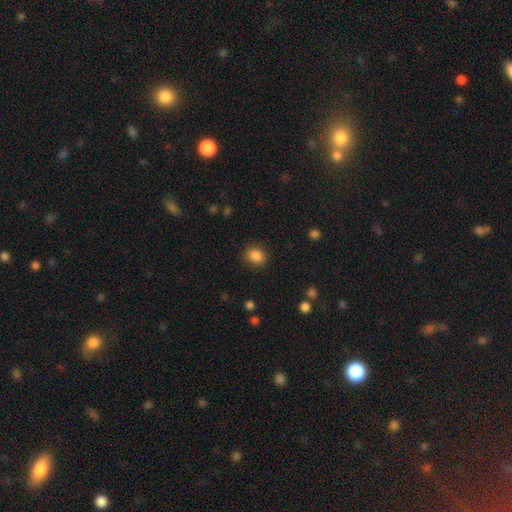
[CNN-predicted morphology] Smooth or featured? Predicted: smooth (p=0.86). How rounded? Predicted: round (p=0.53). Merging? Predicted: none (p=0.85).